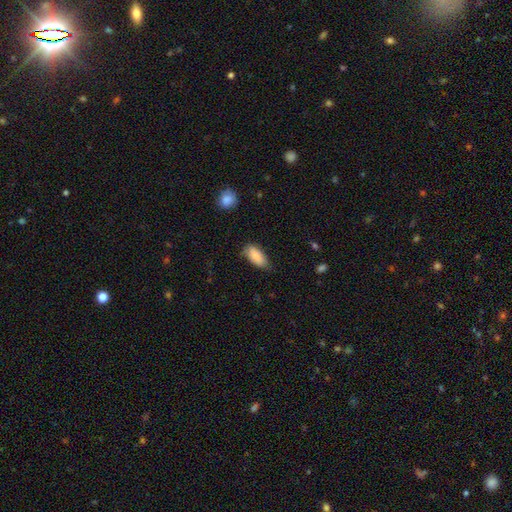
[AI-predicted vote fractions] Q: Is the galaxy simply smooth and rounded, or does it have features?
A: smooth — 86%.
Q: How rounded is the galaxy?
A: in between — 89%.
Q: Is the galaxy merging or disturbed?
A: none — 59%.